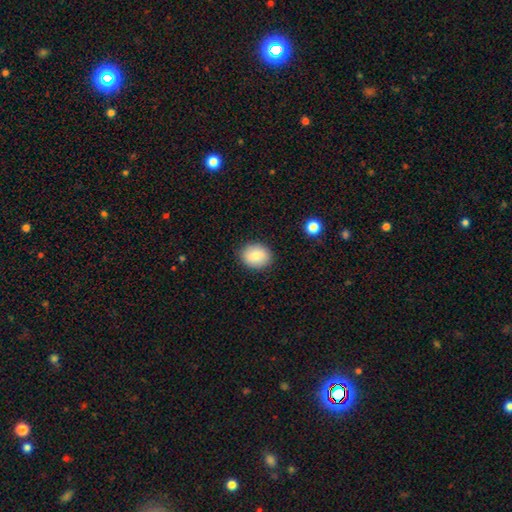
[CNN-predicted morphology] Overall: smooth (83%). How rounded: round (54%; in between 45%). Merging: none (88%).